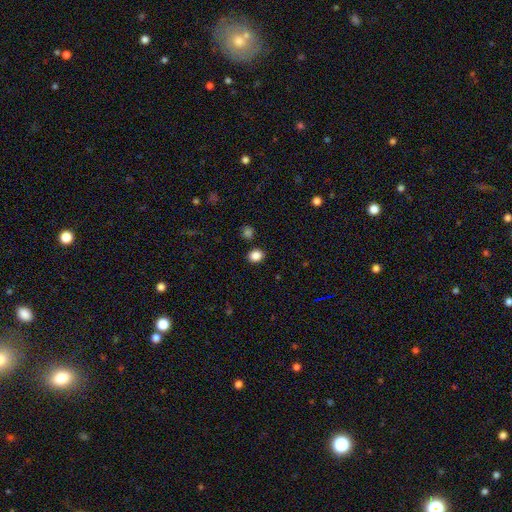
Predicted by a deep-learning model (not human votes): Q: Smooth or featured?
A: smooth (85%); runner-up: star or artifact (11%)
Q: How rounded?
A: round (66%); runner-up: in between (33%)
Q: Merging?
A: none (87%); runner-up: minor disturbance (7%)